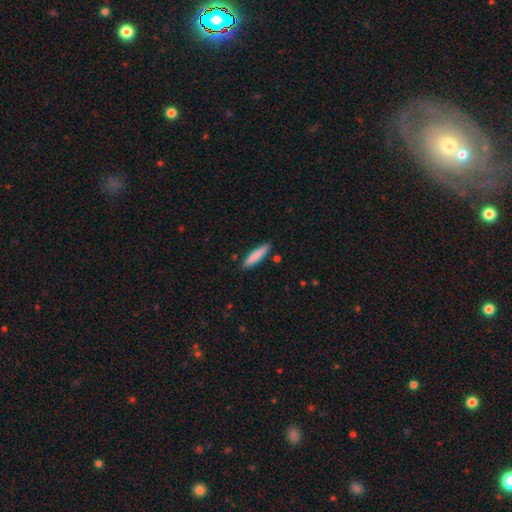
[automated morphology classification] A smooth galaxy with no disk features (81%) that is cigar-shaped (89%). Merging: none (87%).